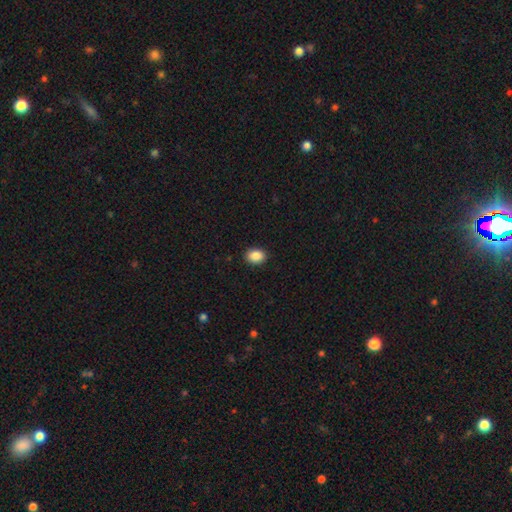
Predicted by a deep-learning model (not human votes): Morphology: type=smooth (89%); roundness=in between (67%); merging=none (90%).